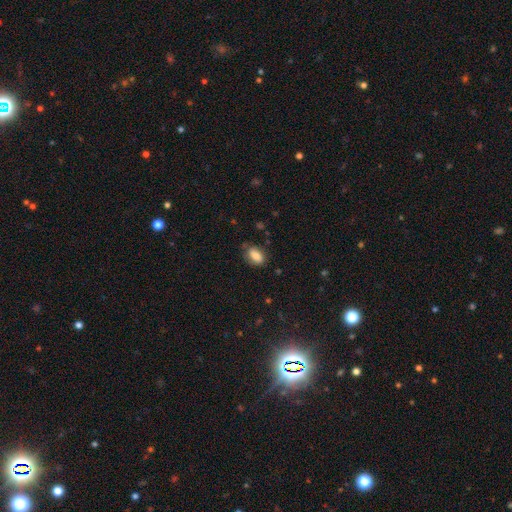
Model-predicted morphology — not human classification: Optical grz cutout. It shows a smooth galaxy with no disk features (81%) that is in between round and cigar-shaped (88%). Merging: none (73%).